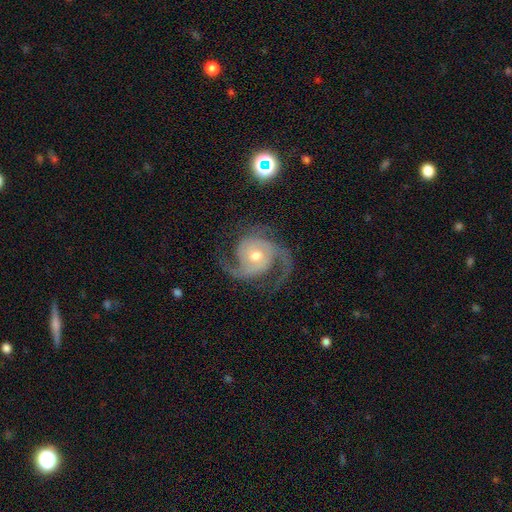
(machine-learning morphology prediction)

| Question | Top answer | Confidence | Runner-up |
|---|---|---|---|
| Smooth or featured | featured or disk | 90% | star or artifact (5%) |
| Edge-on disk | no | 98% | yes (2%) |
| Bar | no | 69% | weak (25%) |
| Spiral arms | yes | 98% | no (2%) |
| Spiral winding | medium | 55% | tight (24%) |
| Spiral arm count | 2 | 77% | 3 (12%) |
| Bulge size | moderate | 67% | small (25%) |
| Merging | none | 70% | minor disturbance (16%) |